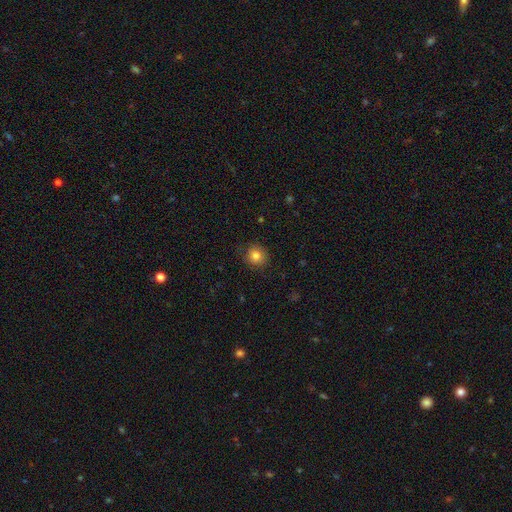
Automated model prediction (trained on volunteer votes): A smooth galaxy with no disk features (83%) that is round (90%).

Vote fractions:
- Smooth or featured? smooth: 83% / star or artifact: 11% / featured or disk: 7%
- How rounded? round: 90% / in between: 9% / cigar-shaped: 1%
- Merging? none: 86% / minor disturbance: 10% / major disturbance: 3% / merger: 1%